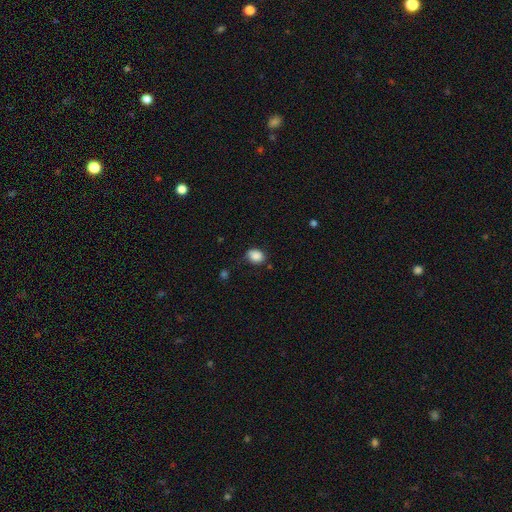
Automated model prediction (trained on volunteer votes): Smooth or featured? smooth (87%)
How rounded? in between (57%)
Merging? none (73%)